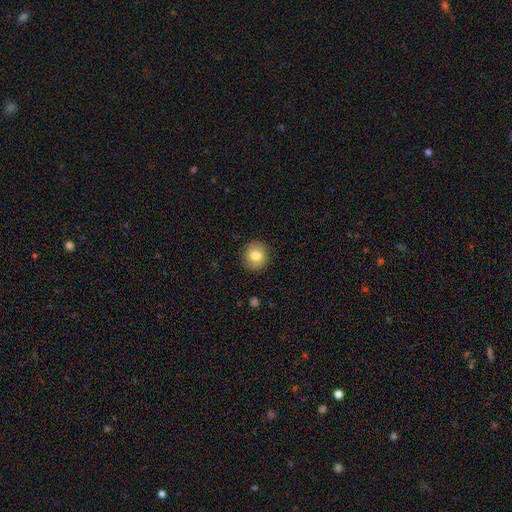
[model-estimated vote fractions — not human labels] Smooth or featured?
  - smooth: 80% *
  - featured or disk: 11%
  - star or artifact: 9%
How rounded?
  - round: 88% *
  - in between: 11%
  - cigar-shaped: 1%
Merging?
  - none: 89% *
  - minor disturbance: 7%
  - major disturbance: 2%
  - merger: 1%